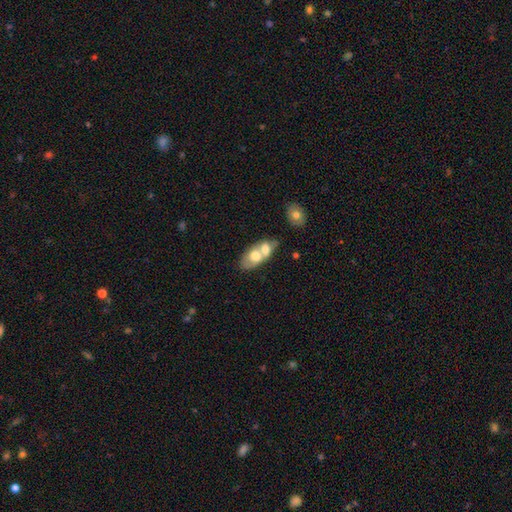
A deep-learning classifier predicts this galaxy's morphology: This appears to be a smooth galaxy with no disk features (61%) that is in between round and cigar-shaped (82%). Merging: merger (66%).